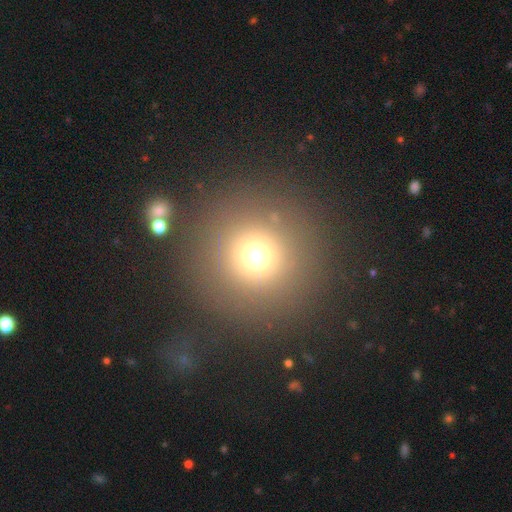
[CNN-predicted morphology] A smooth galaxy with no disk features (68%) that is round (94%).

Vote fractions:
- Smooth or featured? smooth: 68% / star or artifact: 24% / featured or disk: 8%
- How rounded? round: 94% / in between: 5% / cigar-shaped: 1%
- Merging? none: 86% / minor disturbance: 6% / major disturbance: 5% / merger: 3%